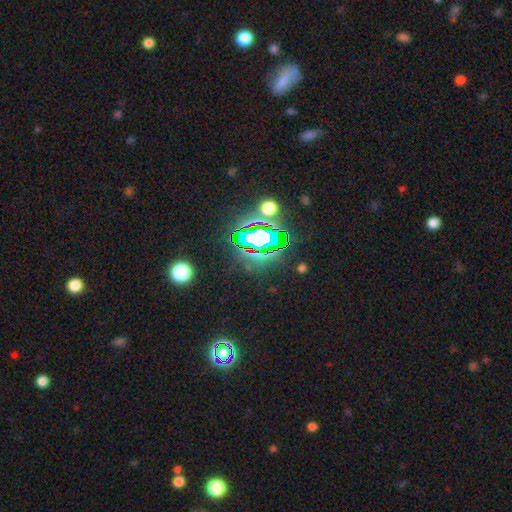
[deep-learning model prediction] A star or artifact, not a galaxy (79%).

Vote fractions:
- Smooth or featured? star or artifact: 79% / smooth: 13% / featured or disk: 8%